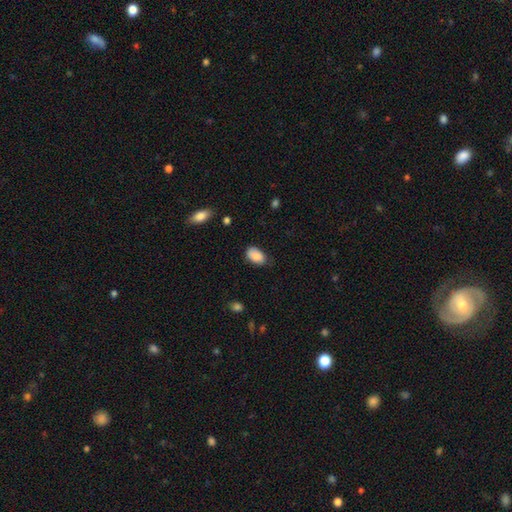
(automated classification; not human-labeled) This appears to be a smooth galaxy with no disk features (86%) that is in between round and cigar-shaped (93%). Merging: none (68%).